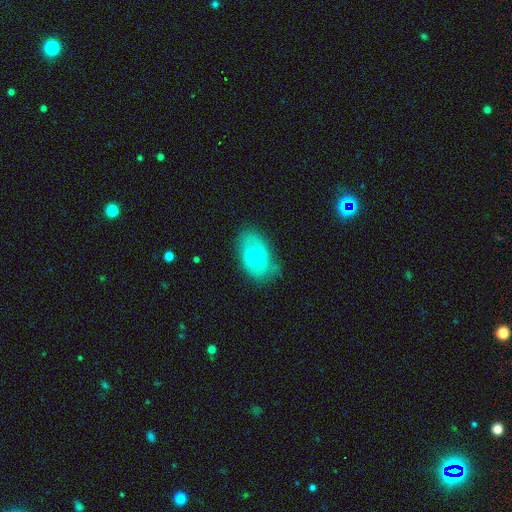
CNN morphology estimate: Q: Smooth or featured?
A: smooth (55%); runner-up: featured or disk (38%)
Q: How rounded?
A: in between (90%); runner-up: round (8%)
Q: Merging?
A: none (70%); runner-up: minor disturbance (22%)